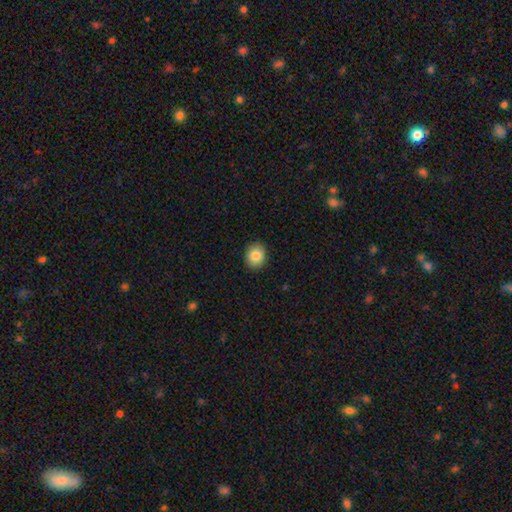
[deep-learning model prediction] This is clearly a smooth galaxy (84%). How rounded: likely round (63%). Merging: clearly none (90%).